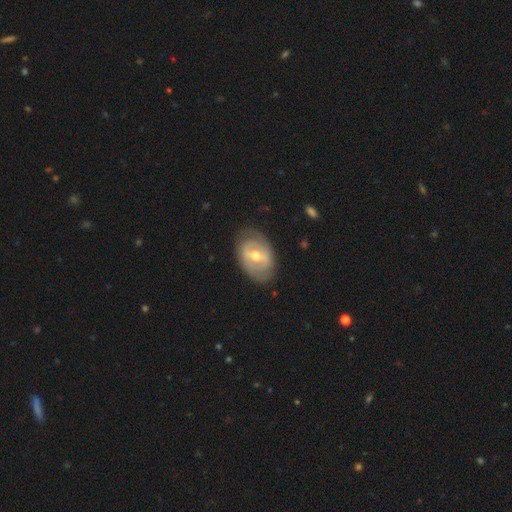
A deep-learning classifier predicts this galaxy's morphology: This is likely a featured or disk galaxy (67%). It is clearly not viewed edge-on (94%). Bar: marginally weak (44%). Spiral arm pattern: possibly no (50%, tied with yes). Central bulge: likely moderate (72%). Merging: likely none (76%).